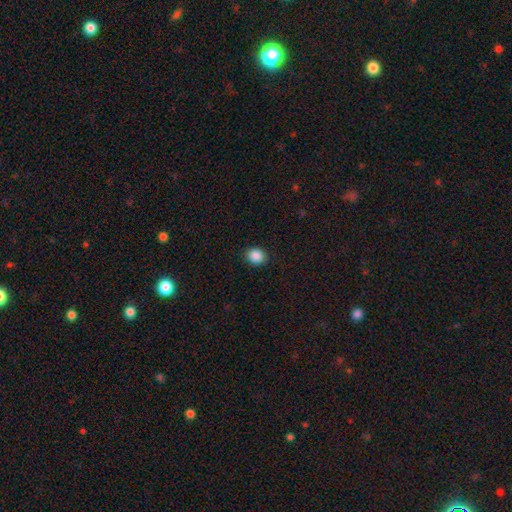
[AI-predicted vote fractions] Smooth or featured: smooth — 88% (star or artifact — 9%)
How rounded: round — 65% (in between — 34%)
Merging: none — 90% (minor disturbance — 7%)